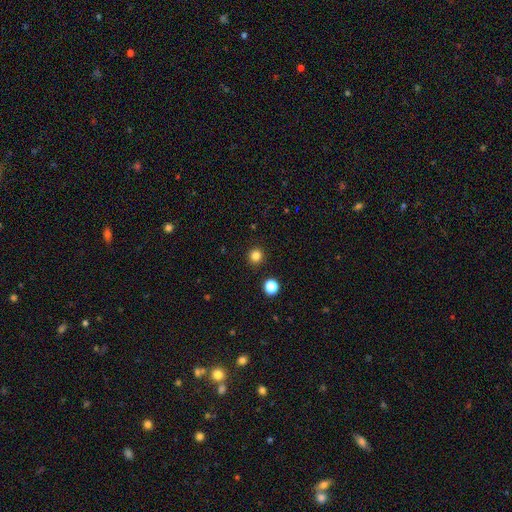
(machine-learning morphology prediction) smooth_or_featured: smooth (p=0.83) [alt: star or artifact p=0.14]
how_rounded: round (p=0.94) [alt: in between p=0.05]
merging: none (p=0.92) [alt: minor disturbance p=0.05]